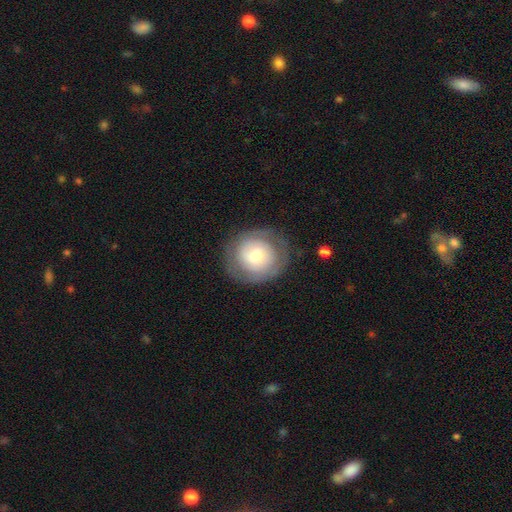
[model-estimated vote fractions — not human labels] Smooth or featured? smooth (47%)
Merging? none (77%)